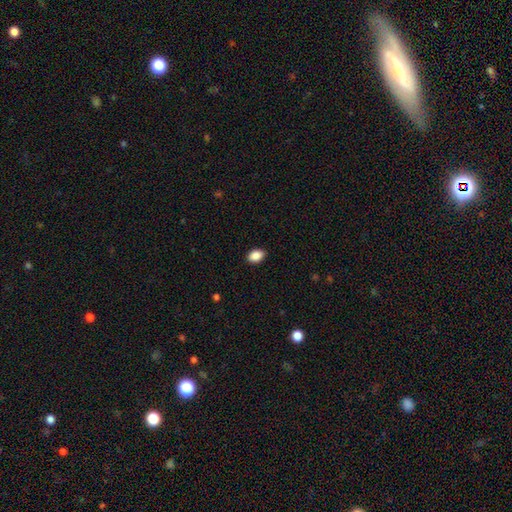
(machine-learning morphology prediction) Smooth or featured: smooth — 89% (star or artifact — 8%)
How rounded: in between — 83% (round — 16%)
Merging: none — 88% (minor disturbance — 9%)